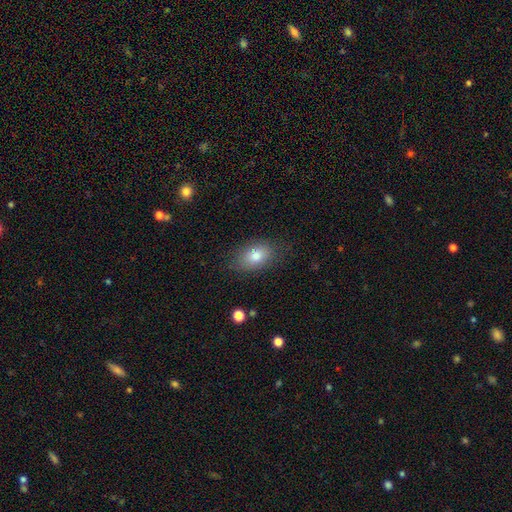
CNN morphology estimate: A smooth galaxy with no disk features (80%) that is in between round and cigar-shaped (87%). Merging: none (80%).